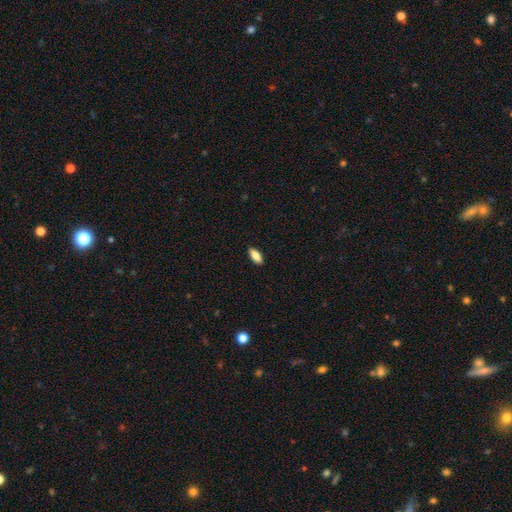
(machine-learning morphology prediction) This appears to be a smooth galaxy with no disk features (86%) that is in between round and cigar-shaped (80%). Merging: none (89%).